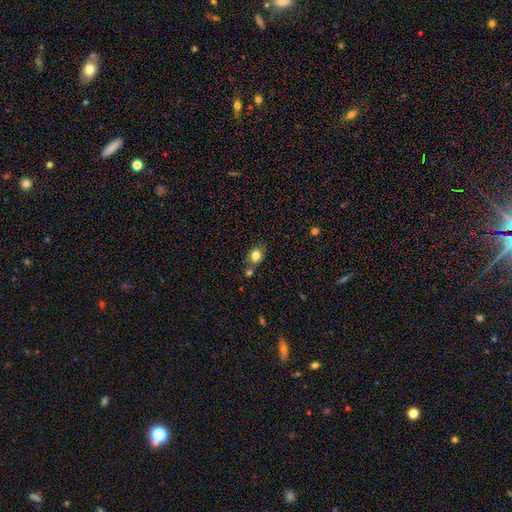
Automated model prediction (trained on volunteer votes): The model was most divided on "how rounded": round: 53%, in between: 46%, cigar-shaped: 1%. More confident: smooth or featured — smooth (80%); merging — none (67%).